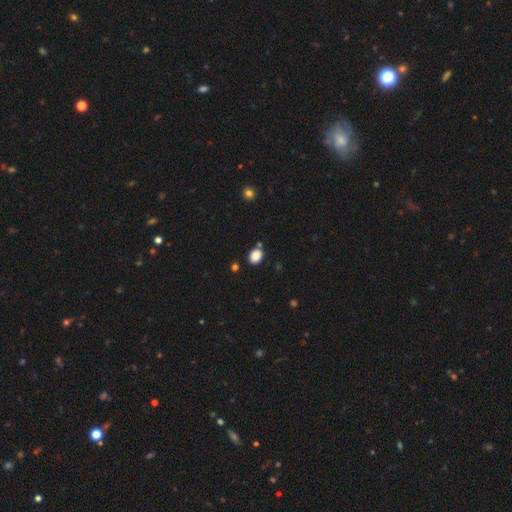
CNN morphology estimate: Overall: smooth (86%). How rounded: in between (54%; round 45%). Merging: none (79%).